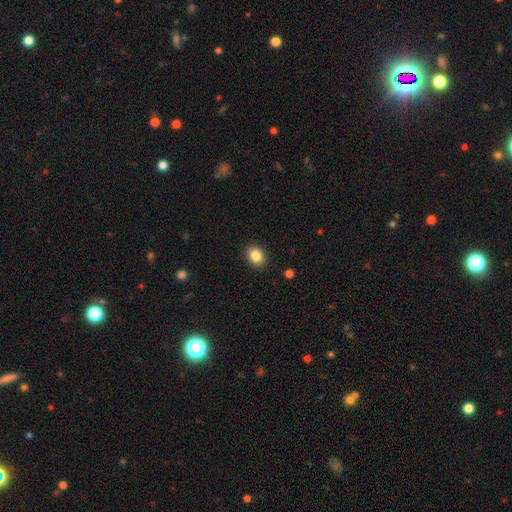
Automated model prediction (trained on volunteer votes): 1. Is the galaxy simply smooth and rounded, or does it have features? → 86% smooth, 9% star or artifact, 5% featured or disk.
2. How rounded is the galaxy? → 53% in between, 46% round, 1% cigar-shaped.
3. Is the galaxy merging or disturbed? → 90% none, 7% minor disturbance, 2% major disturbance, 1% merger.